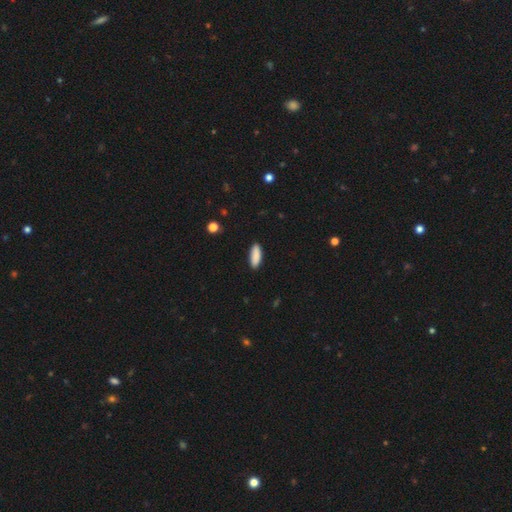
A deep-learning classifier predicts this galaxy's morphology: type=smooth (90%); roundness=in between (69%); merging=none (90%).